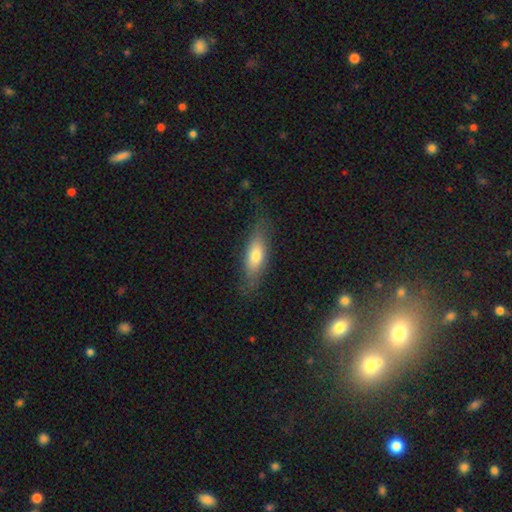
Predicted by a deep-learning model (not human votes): smooth_or_featured: smooth (p=0.69) [alt: featured or disk p=0.25]
how_rounded: in between (p=0.59) [alt: cigar-shaped p=0.38]
merging: none (p=0.75) [alt: minor disturbance p=0.18]